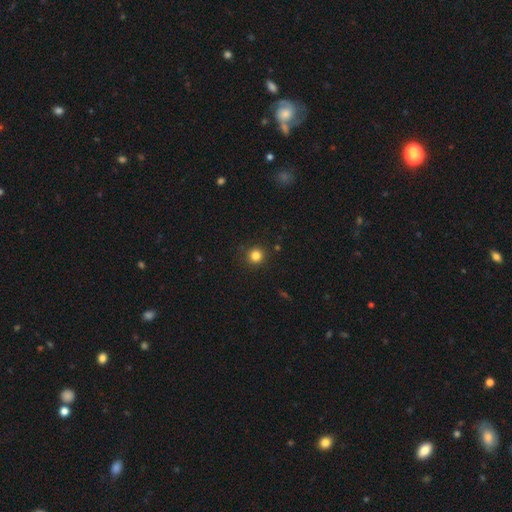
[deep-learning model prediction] Smooth or featured? Predicted: smooth (p=0.83). How rounded? Predicted: round (p=0.94). Merging? Predicted: none (p=0.90).